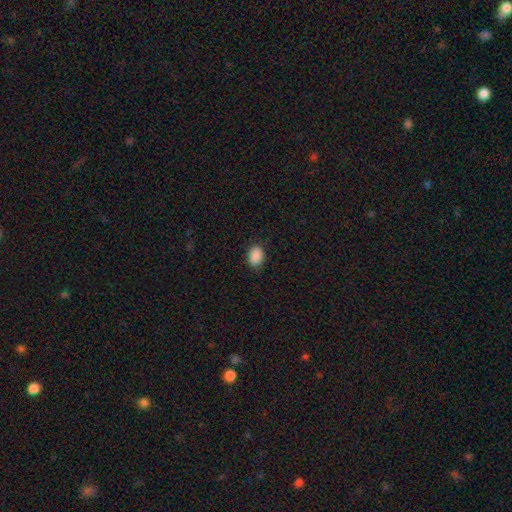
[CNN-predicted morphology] smooth-or-featured: smooth: 90% | star or artifact: 8% | featured or disk: 2%
  how-rounded: in between: 78% | round: 21% | cigar-shaped: 1%
  merging: none: 86% | minor disturbance: 11% | major disturbance: 3% | merger: 1%